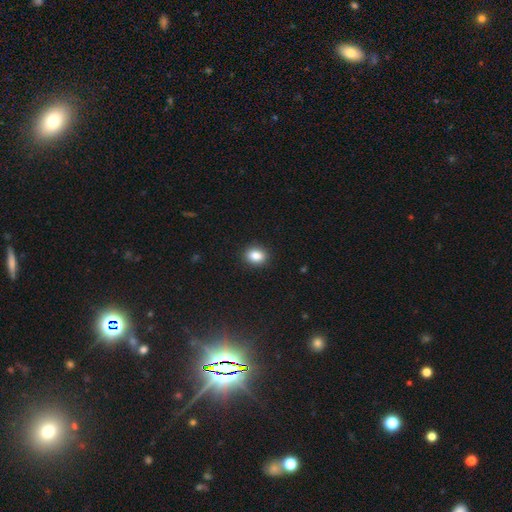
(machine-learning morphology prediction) smooth 86%, star or artifact 9%, featured or disk 5%. Down the decision tree: how rounded — in between (61%); merging — none (91%).